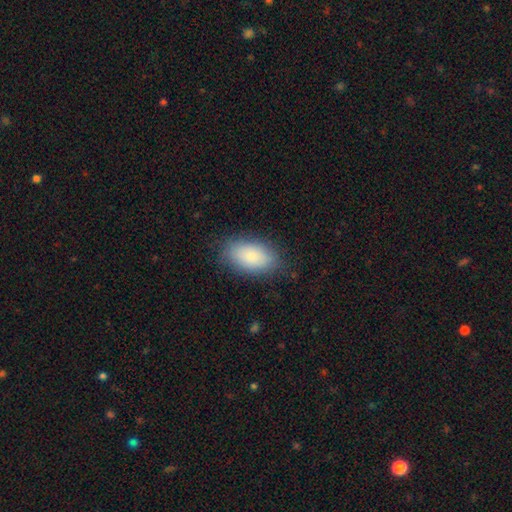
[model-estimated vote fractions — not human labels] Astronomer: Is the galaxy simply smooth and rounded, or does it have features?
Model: smooth — 85%.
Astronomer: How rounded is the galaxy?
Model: in between — 93%.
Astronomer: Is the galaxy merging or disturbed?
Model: none — 82%.